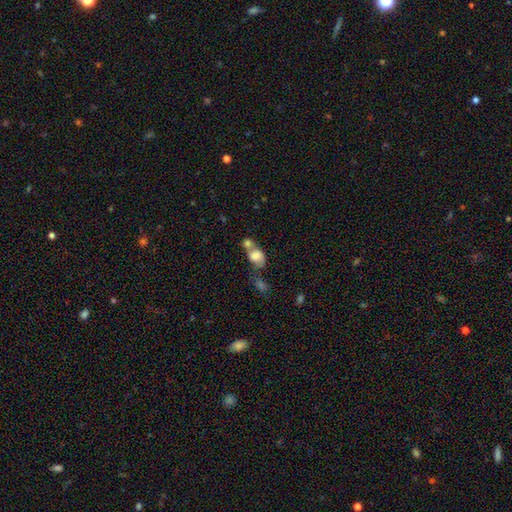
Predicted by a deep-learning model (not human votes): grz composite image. It shows a smooth galaxy with no disk features (71%) that is in between round and cigar-shaped (68%). Merging: merger (63%).